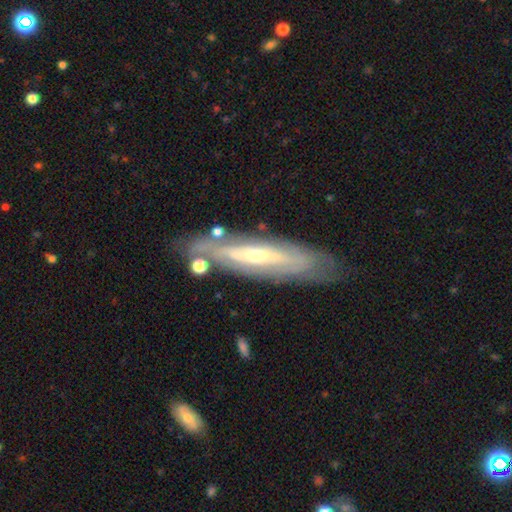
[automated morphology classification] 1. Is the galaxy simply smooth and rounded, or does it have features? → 78% featured or disk, 15% smooth, 7% star or artifact.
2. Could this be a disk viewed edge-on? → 59% no, 41% yes.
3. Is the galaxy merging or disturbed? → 75% none, 16% minor disturbance, 5% major disturbance, 4% merger.